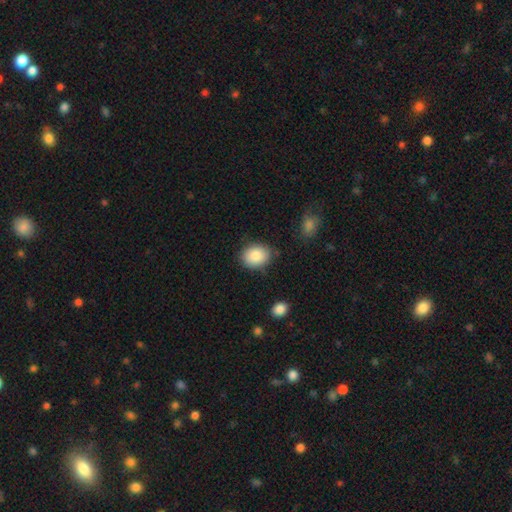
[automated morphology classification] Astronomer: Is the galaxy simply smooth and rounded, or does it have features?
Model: smooth — 86%.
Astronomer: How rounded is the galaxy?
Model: round — 52% (runner-up: in between, 47%).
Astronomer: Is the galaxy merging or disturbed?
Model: none — 81%.